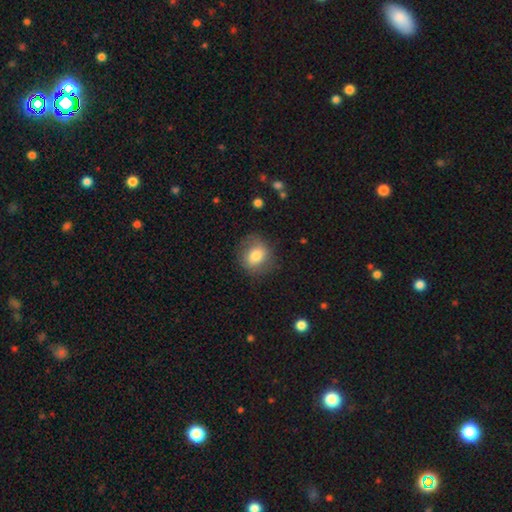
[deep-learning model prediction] A smooth galaxy with no disk features (75%) that is round (70%).

Vote fractions:
- Smooth or featured? smooth: 75% / featured or disk: 17% / star or artifact: 8%
- How rounded? round: 70% / in between: 28% / cigar-shaped: 1%
- Merging? none: 78% / minor disturbance: 15% / major disturbance: 6% / merger: 1%